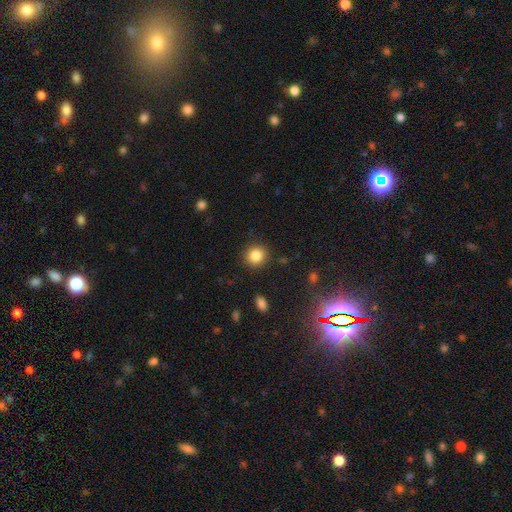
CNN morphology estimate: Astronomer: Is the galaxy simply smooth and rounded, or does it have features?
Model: smooth — 85%.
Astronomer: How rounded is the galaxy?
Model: round — 89%.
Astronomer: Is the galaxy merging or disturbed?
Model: none — 89%.